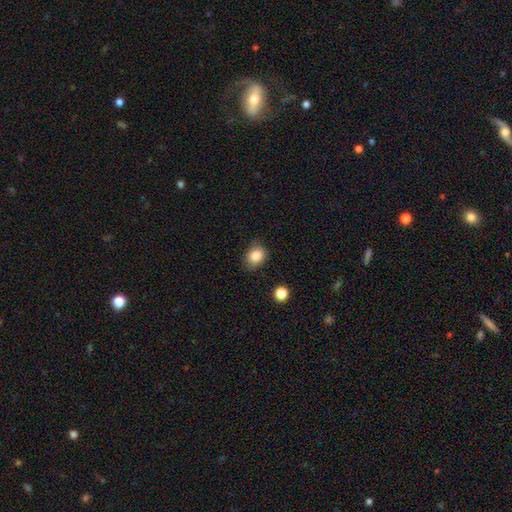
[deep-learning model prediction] smooth 85%, star or artifact 10%, featured or disk 6%. Down the decision tree: how rounded — in between (50%); merging — none (80%).